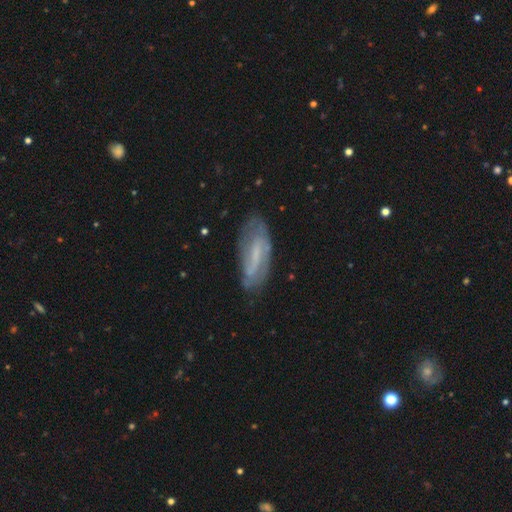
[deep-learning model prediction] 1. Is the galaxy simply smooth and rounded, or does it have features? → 63% featured or disk, 28% smooth, 9% star or artifact.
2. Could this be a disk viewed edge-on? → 84% no, 16% yes.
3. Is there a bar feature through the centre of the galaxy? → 41% weak, 38% strong, 21% no.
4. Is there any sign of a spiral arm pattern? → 72% yes, 28% no.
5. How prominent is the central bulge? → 40% none, 39% small, 18% moderate, 3% large, 1% dominant.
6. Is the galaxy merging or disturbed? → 70% none, 20% minor disturbance, 7% major disturbance, 2% merger.